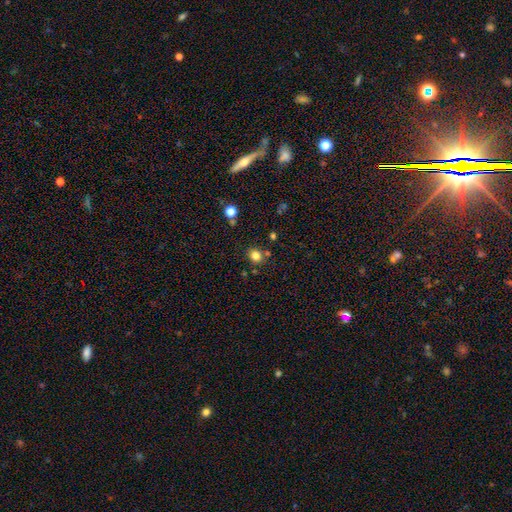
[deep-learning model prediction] The model was most divided on "how rounded": round: 73%, in between: 26%, cigar-shaped: 1%. More confident: merging — none (82%); smooth or featured — smooth (82%).